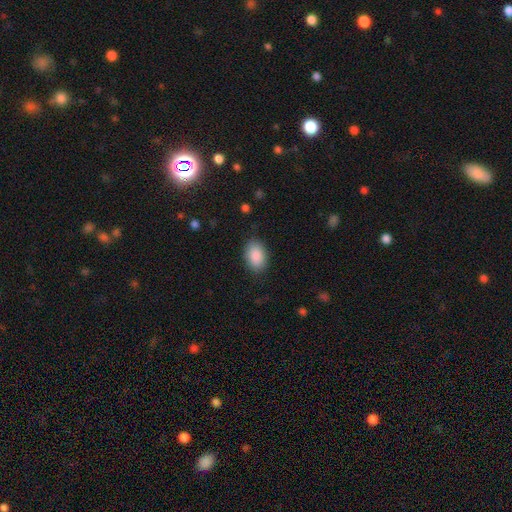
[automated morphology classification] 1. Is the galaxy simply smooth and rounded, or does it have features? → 89% smooth, 7% star or artifact, 4% featured or disk.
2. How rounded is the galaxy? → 86% in between, 13% round, 1% cigar-shaped.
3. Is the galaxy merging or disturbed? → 85% none, 11% minor disturbance, 3% major disturbance, 1% merger.